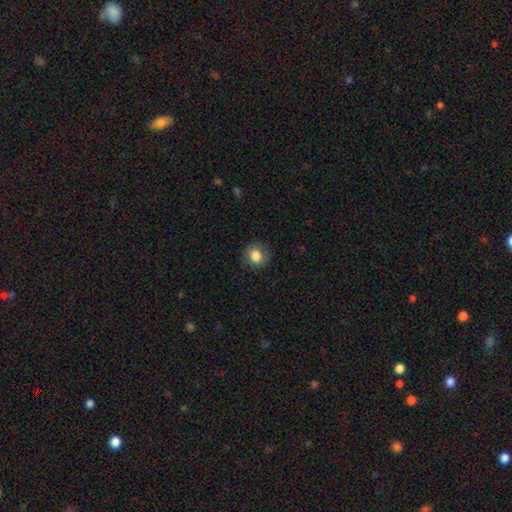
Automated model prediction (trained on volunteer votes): A smooth galaxy with no disk features (83%) that is round (70%). Merging: none (83%).